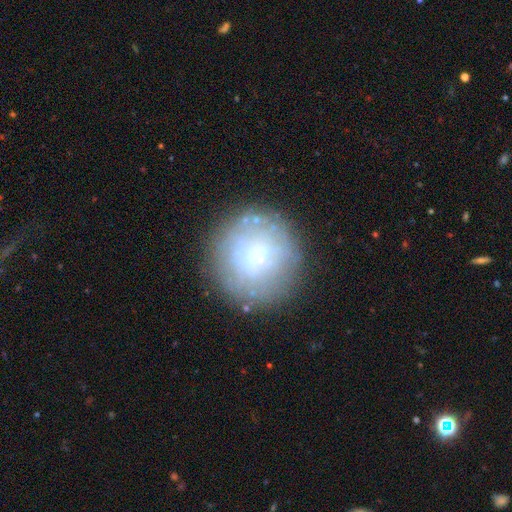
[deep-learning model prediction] smooth_or_featured: smooth (p=0.52) [alt: featured or disk p=0.36]
how_rounded: round (p=0.94) [alt: in between p=0.05]
merging: none (p=0.79) [alt: minor disturbance p=0.12]